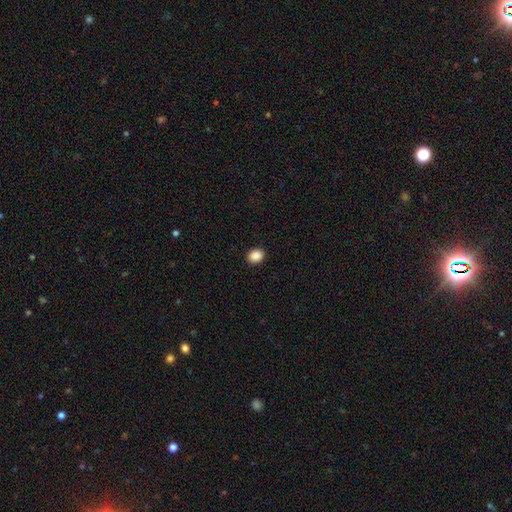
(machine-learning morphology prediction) Smooth or featured? Predicted: smooth (p=0.90). How rounded? Predicted: in between (p=0.55). Merging? Predicted: none (p=0.91).